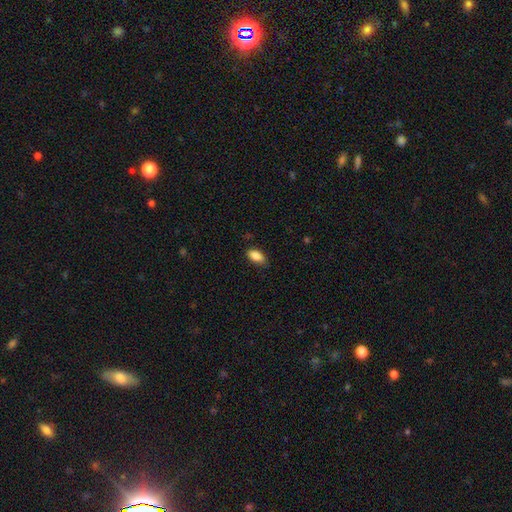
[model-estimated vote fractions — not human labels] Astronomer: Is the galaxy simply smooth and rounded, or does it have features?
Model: smooth — 87%.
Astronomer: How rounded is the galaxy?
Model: in between — 90%.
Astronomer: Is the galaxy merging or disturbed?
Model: none — 81%.